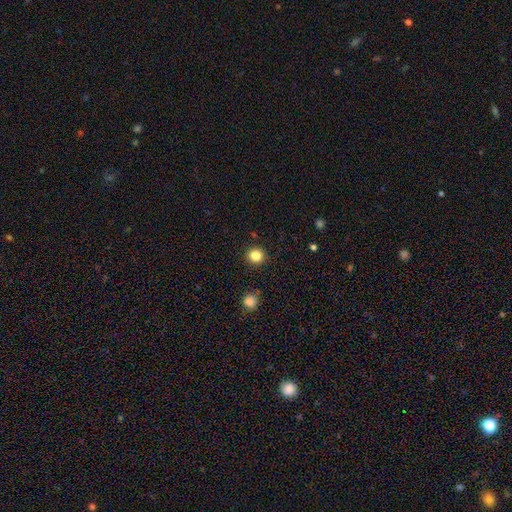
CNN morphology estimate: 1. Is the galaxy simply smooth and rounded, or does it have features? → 84% smooth, 12% star or artifact, 5% featured or disk.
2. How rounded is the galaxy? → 92% round, 7% in between, 1% cigar-shaped.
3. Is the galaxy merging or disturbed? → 91% none, 5% minor disturbance, 2% major disturbance, 1% merger.